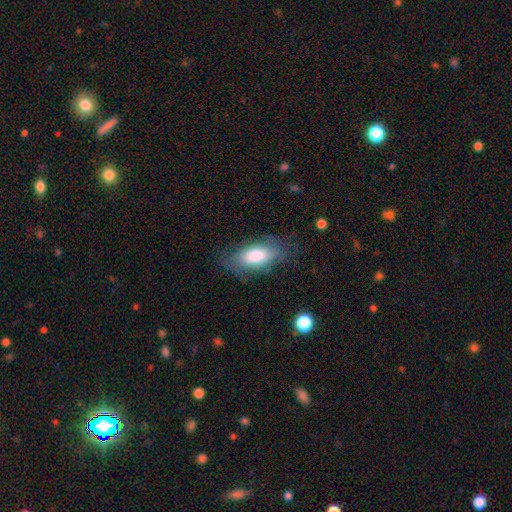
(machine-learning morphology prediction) This appears to be a smooth galaxy with no disk features (75%) that is in between round and cigar-shaped (86%). Merging: none (73%).